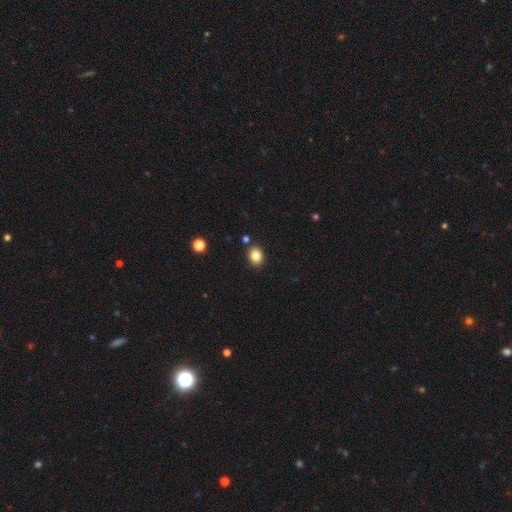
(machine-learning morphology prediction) Smooth or featured? smooth (84%)
How rounded? in between (50%)
Merging? none (87%)